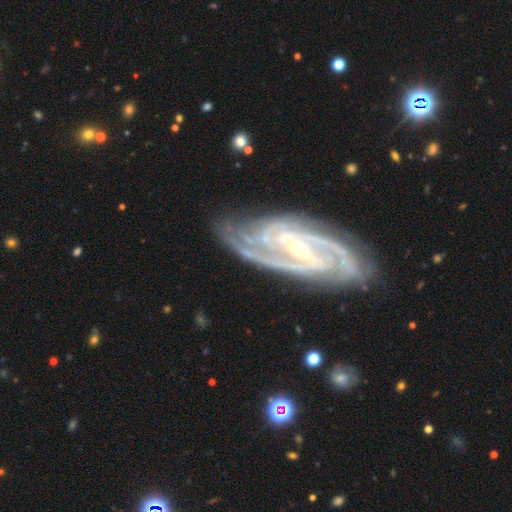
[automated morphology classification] type=featured or disk (93%); edge-on=no (96%); bar=strong (42%); spiral arms=yes (99%); winding=tight (52%); arm count=2 (43%); bulge=small (68%); merging=none (77%).